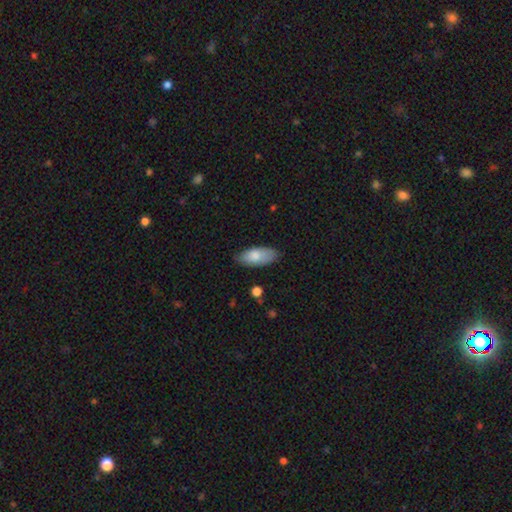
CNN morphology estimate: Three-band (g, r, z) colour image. It shows a smooth galaxy with no disk features (81%) that is in between round and cigar-shaped (88%). Merging: none (80%).